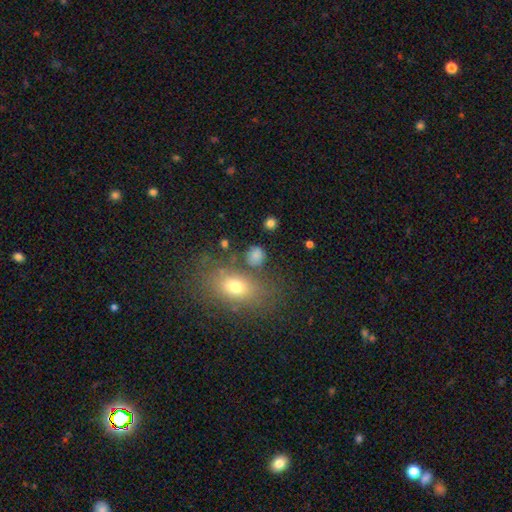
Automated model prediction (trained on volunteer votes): The model was most divided on "how rounded": round: 60%, in between: 38%, cigar-shaped: 2%. More confident: smooth or featured — smooth (77%); merging — none (72%).